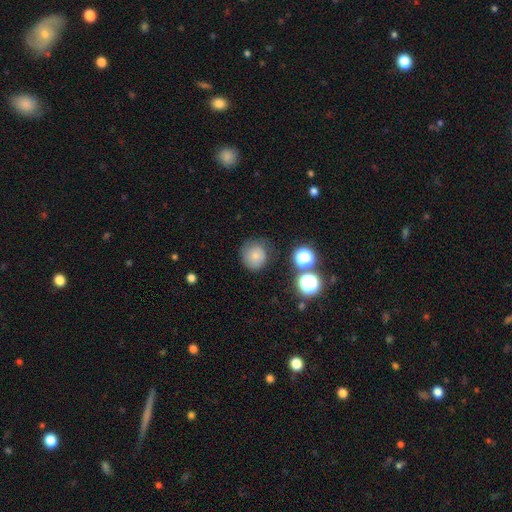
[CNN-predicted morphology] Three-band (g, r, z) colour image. It shows a smooth galaxy with no disk features (72%) that is round (89%). Merging: none (70%).